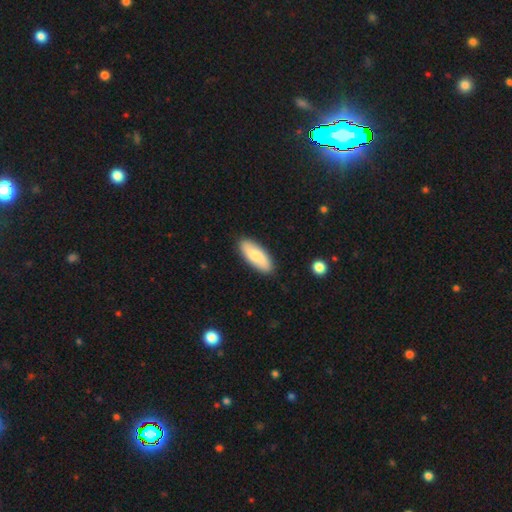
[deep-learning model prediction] Smooth or featured? Predicted: smooth (p=0.76). How rounded? Predicted: in between (p=0.76). Merging? Predicted: none (p=0.88).